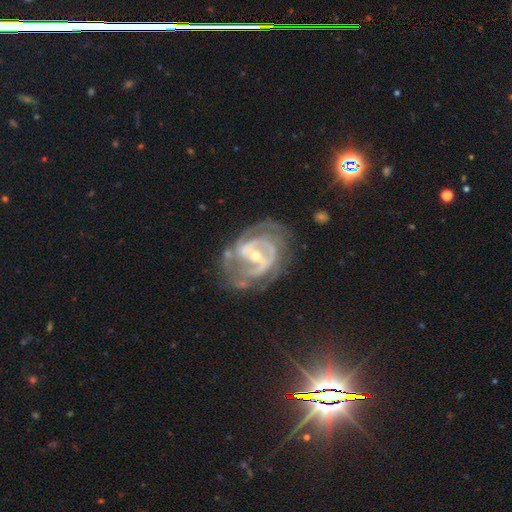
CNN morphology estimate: The model was most divided on "spiral winding": tight: 51%, medium: 39%, loose: 10%. Remaining: edge-on disk — no (97%); spiral arms — yes (95%); smooth or featured — featured or disk (90%); merging — none (63%); bulge size — small (56%); bar — strong (48%); spiral arm count — 2 (48%).